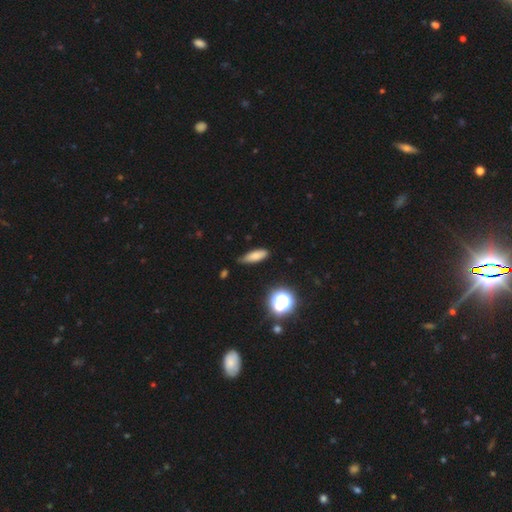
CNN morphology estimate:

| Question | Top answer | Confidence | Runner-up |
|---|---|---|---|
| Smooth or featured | smooth | 77% | star or artifact (12%) |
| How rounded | in between | 55% | cigar-shaped (39%) |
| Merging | none | 68% | minor disturbance (26%) |